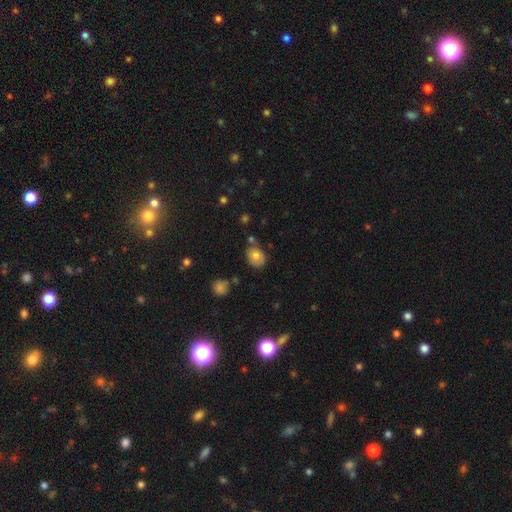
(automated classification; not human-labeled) This appears to be a smooth galaxy with no disk features (74%) that is round (52%). Merging: none (64%).